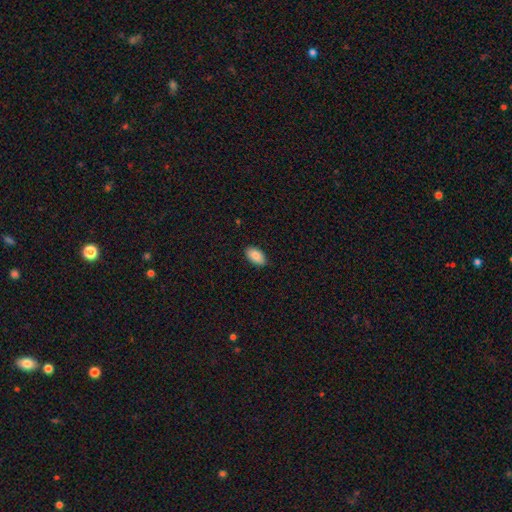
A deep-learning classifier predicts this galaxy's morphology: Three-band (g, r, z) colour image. It shows a smooth galaxy with no disk features (87%) that is in between round and cigar-shaped (94%). Merging: none (87%).